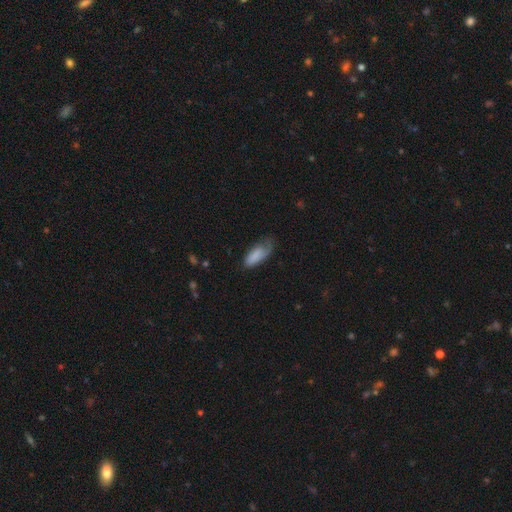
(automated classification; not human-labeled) A smooth galaxy with no disk features (77%) that is in between round and cigar-shaped (81%). Merging: none (41%).